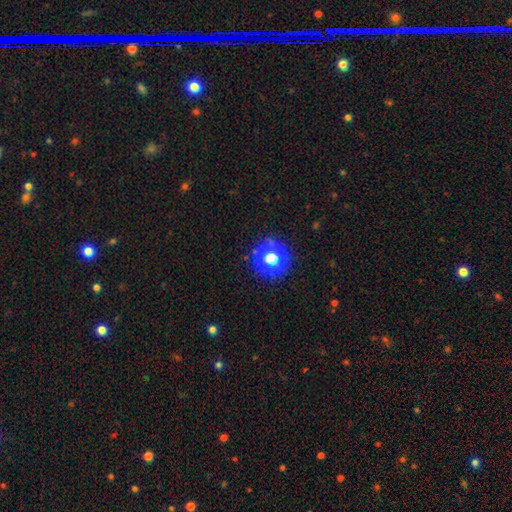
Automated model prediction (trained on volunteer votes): This appears to be a star or artifact, not a galaxy (61%).